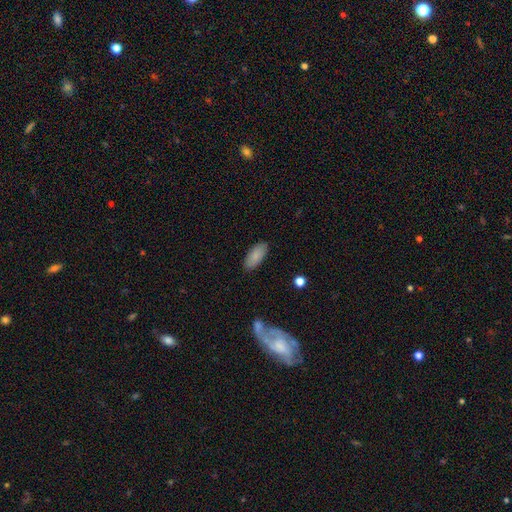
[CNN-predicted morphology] Overall: smooth (86%). How rounded: in between (88%). Merging: none (88%).